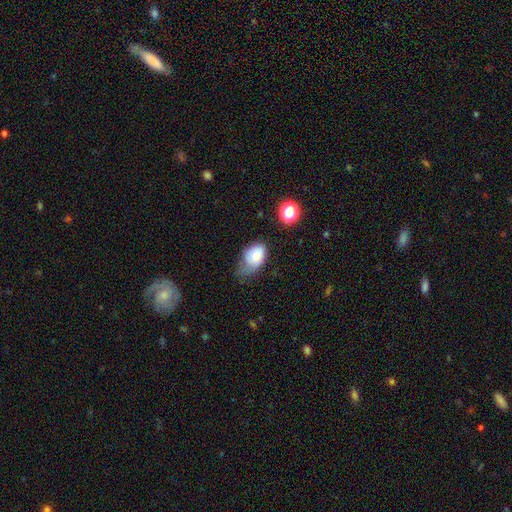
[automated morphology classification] Overall: smooth (78%). How rounded: in between (84%). Merging: minor disturbance (43%; none 29%).